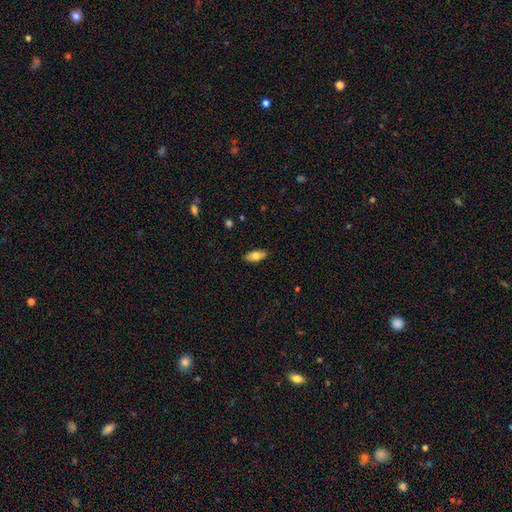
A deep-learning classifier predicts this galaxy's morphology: This appears to be a smooth galaxy with no disk features (74%) that is in between round and cigar-shaped (84%). Merging: none (87%).